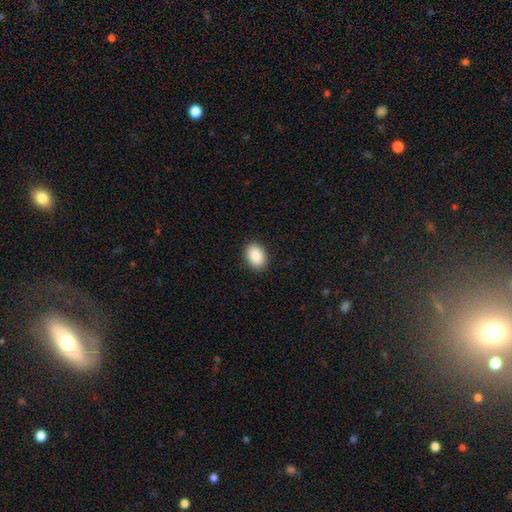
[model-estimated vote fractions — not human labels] Smooth or featured? Predicted: smooth (p=0.90). How rounded? Predicted: in between (p=0.81). Merging? Predicted: none (p=0.91).